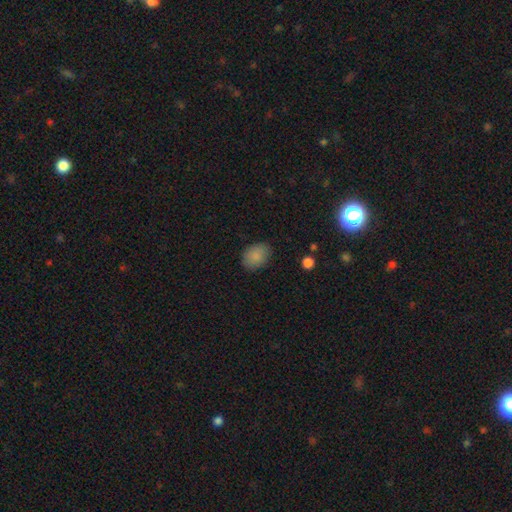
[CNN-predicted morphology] smooth 86%, star or artifact 8%, featured or disk 5%. Down the decision tree: how rounded — in between (73%); merging — none (83%).